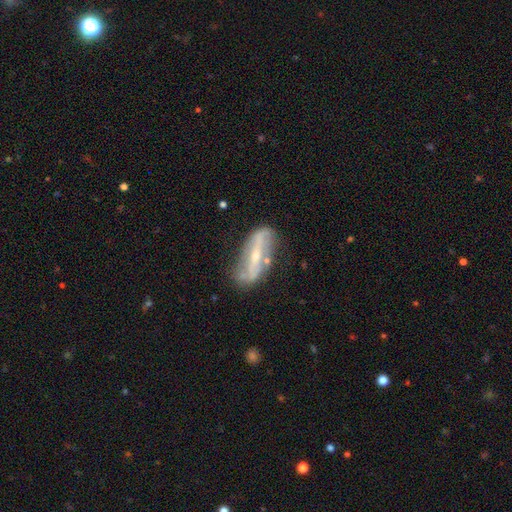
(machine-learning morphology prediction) The model was most divided on "bulge size": small: 63%, moderate: 32%, none: 2%, large: 1%, dominant: 1%. More confident: edge-on disk — no (81%); smooth or featured — featured or disk (80%); spiral arms — yes (77%); merging — none (72%); bar — strong (63%).